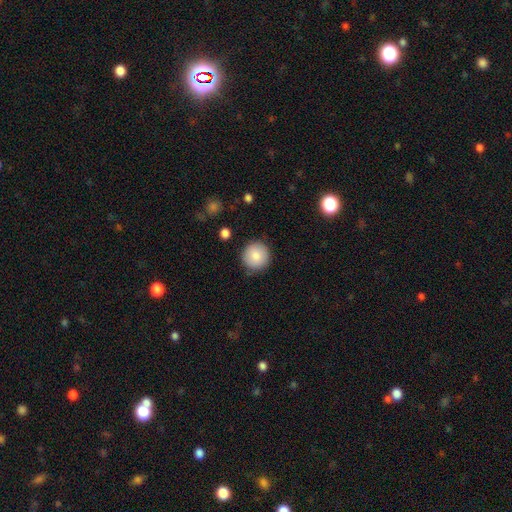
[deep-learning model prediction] The model was most divided on "smooth or featured": smooth: 84%, featured or disk: 8%, star or artifact: 8%. More confident: how rounded — round (95%); merging — none (87%).